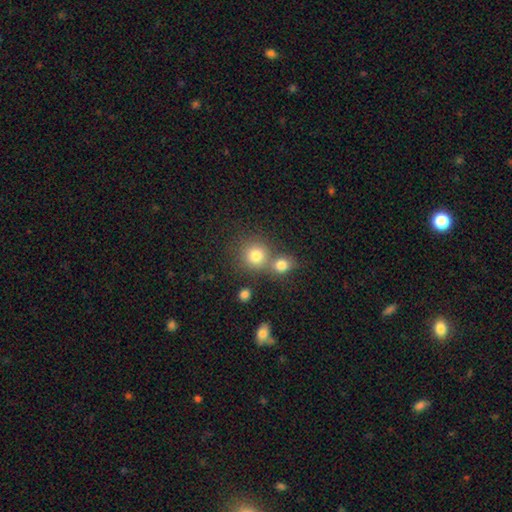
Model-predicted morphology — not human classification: type=smooth (79%); roundness=round (89%); merging=none (53%).